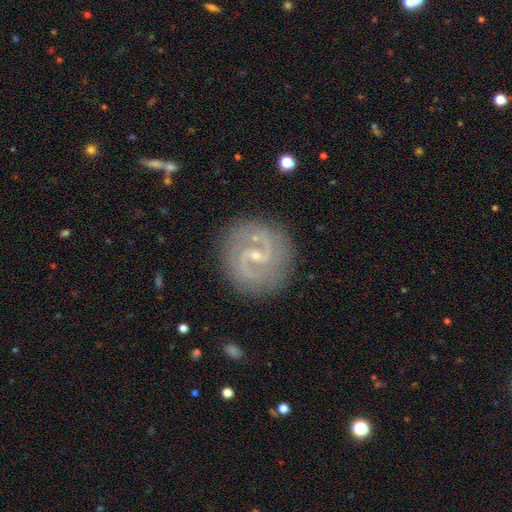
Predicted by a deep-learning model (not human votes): Overall: featured or disk (87%). Edge-on disk: no (97%). Bar: weak (52%; no 25%). Spiral arms: yes (97%). Spiral arm count: 2 (89%). Spiral winding: medium (50%; tight 37%). Bulge size: small (74%). Merging: none (84%).